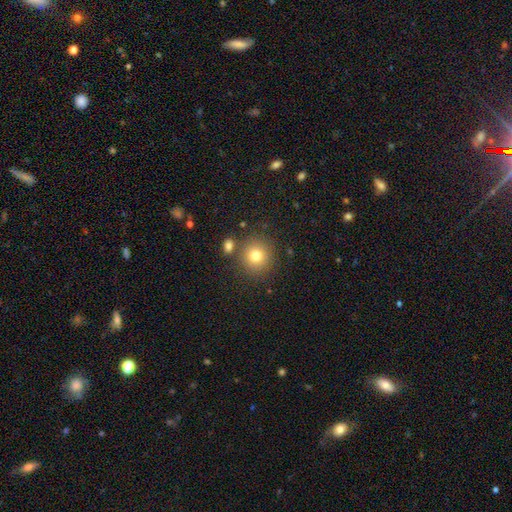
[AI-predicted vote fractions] Smooth or featured?
  - smooth: 78% *
  - star or artifact: 13%
  - featured or disk: 9%
How rounded?
  - round: 92% *
  - in between: 7%
  - cigar-shaped: 1%
Merging?
  - none: 81% *
  - merger: 8%
  - minor disturbance: 8%
  - major disturbance: 3%